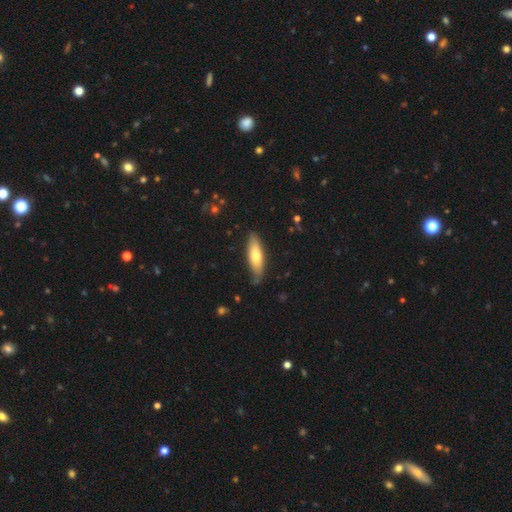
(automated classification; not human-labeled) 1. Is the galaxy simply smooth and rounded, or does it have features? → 66% smooth, 28% featured or disk, 5% star or artifact.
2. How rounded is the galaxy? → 54% cigar-shaped, 44% in between, 2% round.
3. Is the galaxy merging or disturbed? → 78% none, 17% minor disturbance, 3% major disturbance, 2% merger.